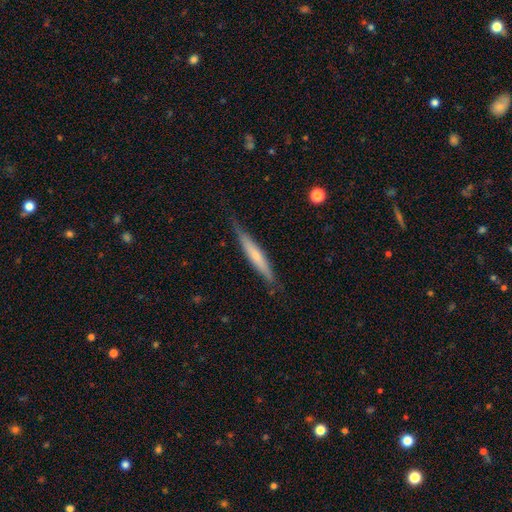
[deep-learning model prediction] Smooth or featured?
  - smooth: 49% *
  - featured or disk: 46%
  - star or artifact: 6%
Merging?
  - none: 77% *
  - minor disturbance: 18%
  - major disturbance: 3%
  - merger: 1%